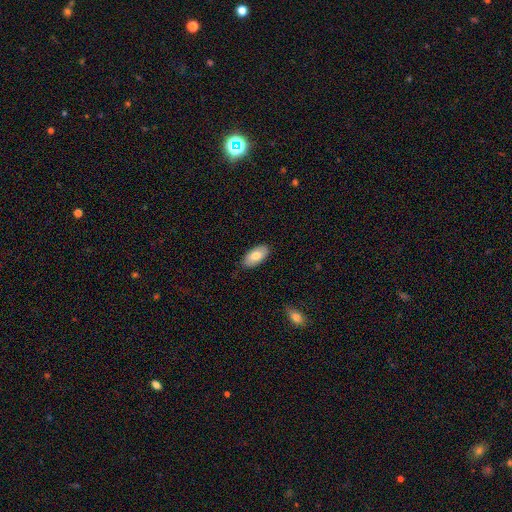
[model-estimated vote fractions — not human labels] Smooth or featured?
  - smooth: 77% *
  - featured or disk: 16%
  - star or artifact: 6%
How rounded?
  - in between: 94% *
  - cigar-shaped: 3%
  - round: 2%
Merging?
  - none: 87% *
  - minor disturbance: 10%
  - major disturbance: 2%
  - merger: 1%